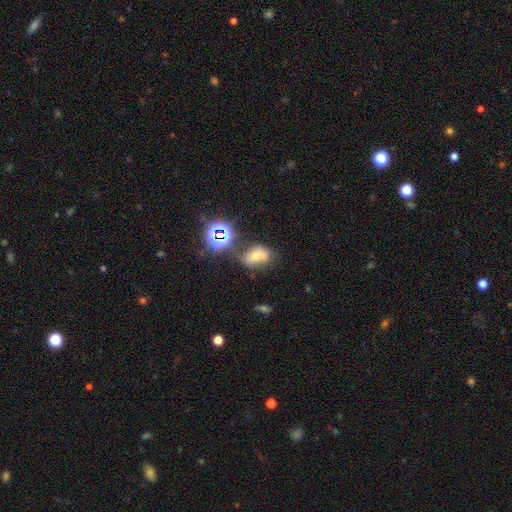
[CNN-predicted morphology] type=smooth (46%); merging=none (45%).